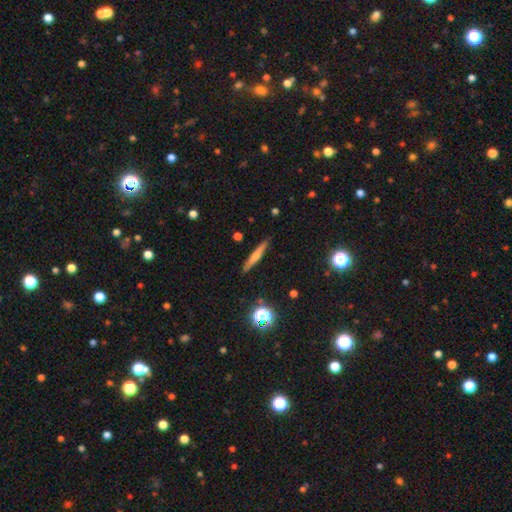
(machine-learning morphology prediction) Q: Smooth or featured?
A: smooth (54%); runner-up: featured or disk (37%)
Q: How rounded?
A: cigar-shaped (92%); runner-up: in between (5%)
Q: Merging?
A: none (89%); runner-up: minor disturbance (8%)